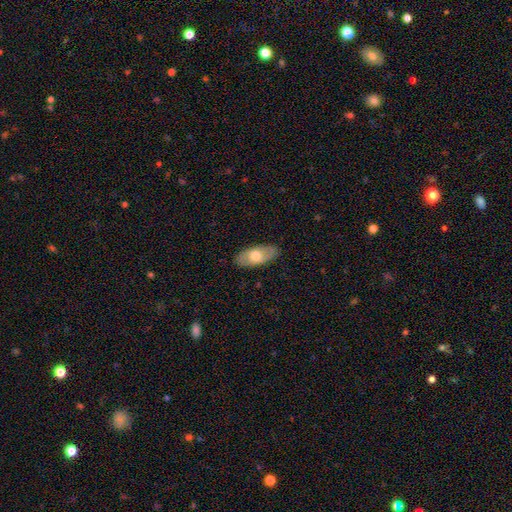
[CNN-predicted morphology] type=smooth (62%); roundness=in between (89%); merging=none (86%).